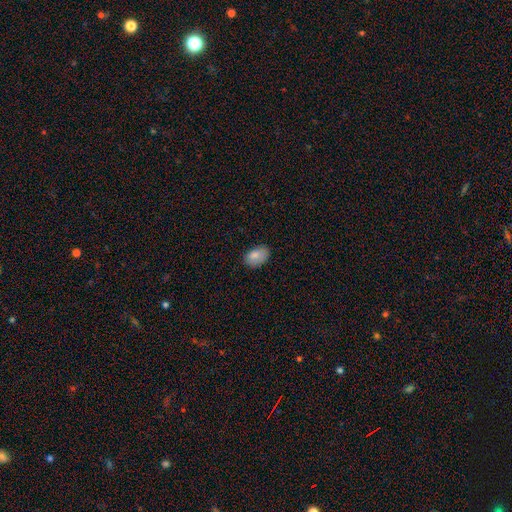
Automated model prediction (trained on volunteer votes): A smooth galaxy with no disk features (83%) that is in between round and cigar-shaped (88%). Merging: none (72%).